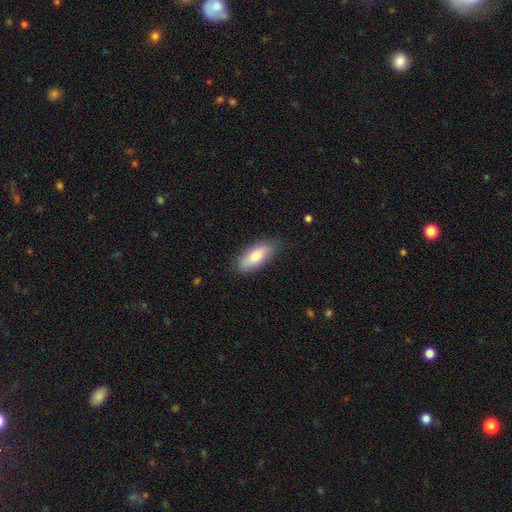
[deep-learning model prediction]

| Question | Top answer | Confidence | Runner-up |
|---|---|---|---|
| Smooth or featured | smooth | 77% | featured or disk (17%) |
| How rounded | in between | 78% | cigar-shaped (19%) |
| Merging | none | 82% | minor disturbance (14%) |